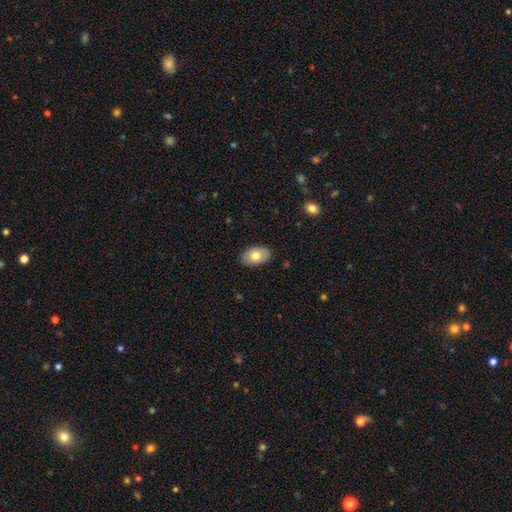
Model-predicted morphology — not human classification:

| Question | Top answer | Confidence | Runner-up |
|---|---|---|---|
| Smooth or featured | smooth | 75% | featured or disk (18%) |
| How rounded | in between | 90% | round (9%) |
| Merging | none | 87% | minor disturbance (10%) |